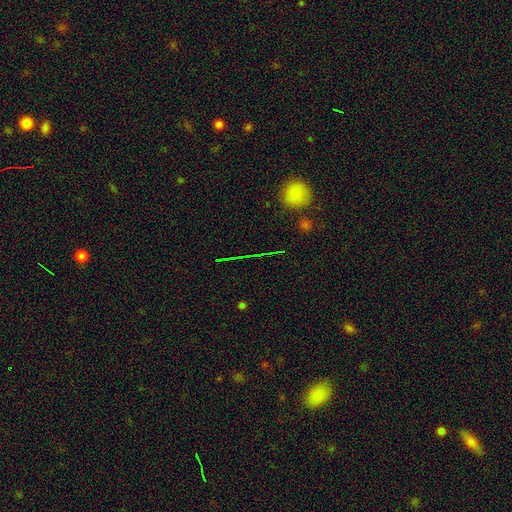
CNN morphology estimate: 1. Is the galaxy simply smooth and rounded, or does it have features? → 60% star or artifact, 27% smooth, 13% featured or disk.